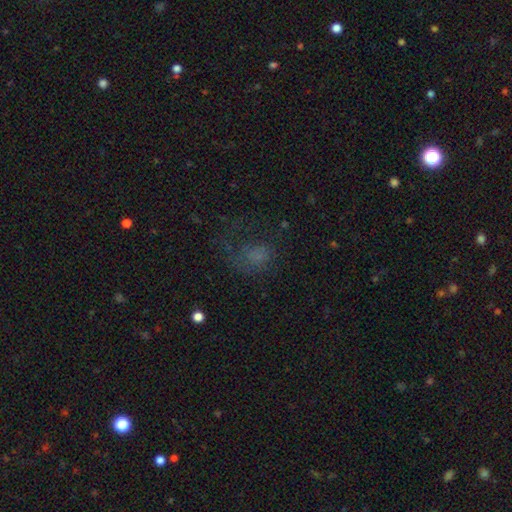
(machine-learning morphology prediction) smooth_or_featured: smooth (p=0.51) [alt: featured or disk p=0.26]
how_rounded: round (p=0.49) [tied with: in between p=0.49]
merging: major disturbance (p=0.42) [alt: none p=0.37]